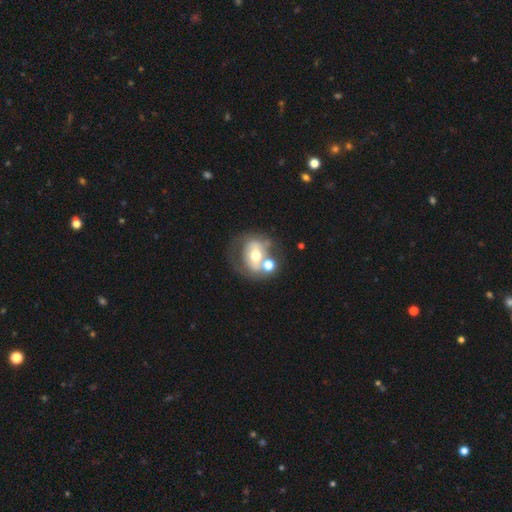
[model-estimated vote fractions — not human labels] smooth-or-featured: featured or disk: 54% | smooth: 36% | star or artifact: 10%
  disk-edge-on: no: 95% | yes: 5%
    bar: no: 52% | weak: 26% | strong: 22%
    has-spiral-arms: no: 66% | yes: 34%
    bulge-size: moderate: 68% | large: 14% | small: 14% | dominant: 2% | none: 2%
  merging: none: 42% | merger: 28% | minor disturbance: 17% | major disturbance: 13%